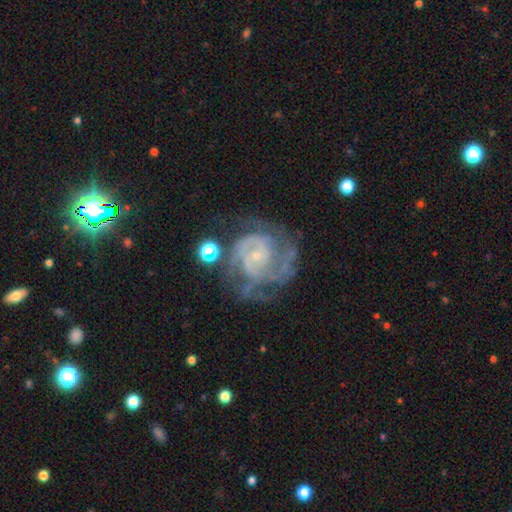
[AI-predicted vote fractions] Morphology: type=featured or disk (87%); edge-on=no (98%); bar=no (70%); spiral arms=yes (95%); winding=tight (57%); arm count=2 (29%); bulge=small (81%); merging=none (57%).